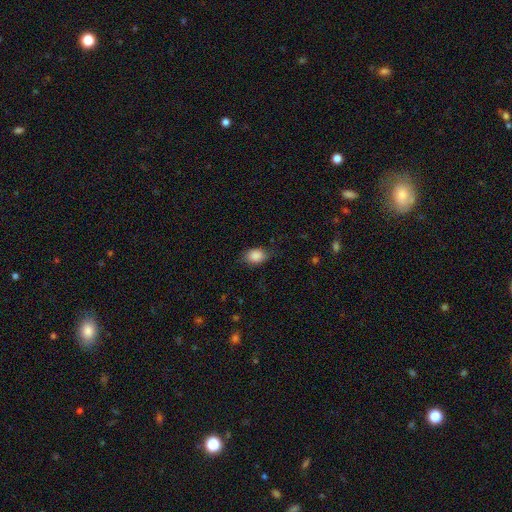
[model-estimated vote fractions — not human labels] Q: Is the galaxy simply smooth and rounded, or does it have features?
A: smooth — 87%.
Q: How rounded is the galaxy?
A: in between — 74%.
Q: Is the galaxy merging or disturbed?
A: none — 73%.